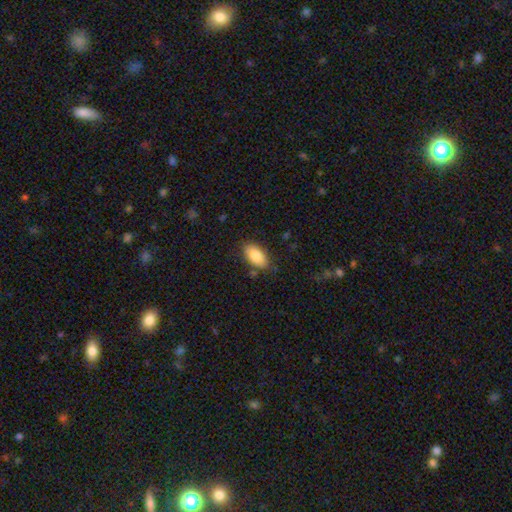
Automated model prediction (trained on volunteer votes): Smooth or featured?
  - smooth: 85% *
  - featured or disk: 8%
  - star or artifact: 7%
How rounded?
  - in between: 93% *
  - cigar-shaped: 4%
  - round: 3%
Merging?
  - none: 81% *
  - minor disturbance: 13%
  - major disturbance: 3%
  - merger: 2%